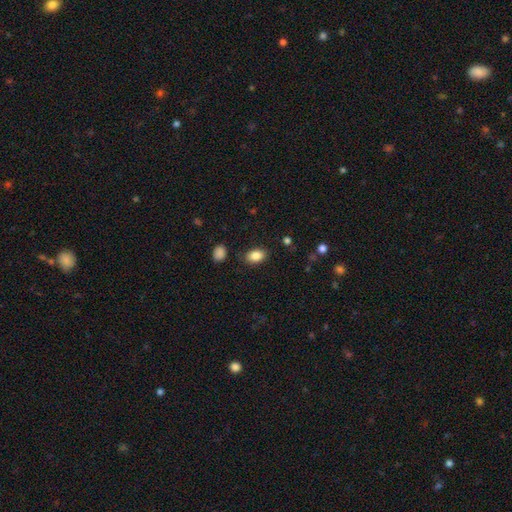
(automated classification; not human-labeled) A smooth galaxy with no disk features (86%) that is in between round and cigar-shaped (86%).

Vote fractions:
- Smooth or featured? smooth: 86% / star or artifact: 8% / featured or disk: 6%
- How rounded? in between: 86% / round: 13% / cigar-shaped: 1%
- Merging? none: 85% / minor disturbance: 11% / major disturbance: 3% / merger: 2%